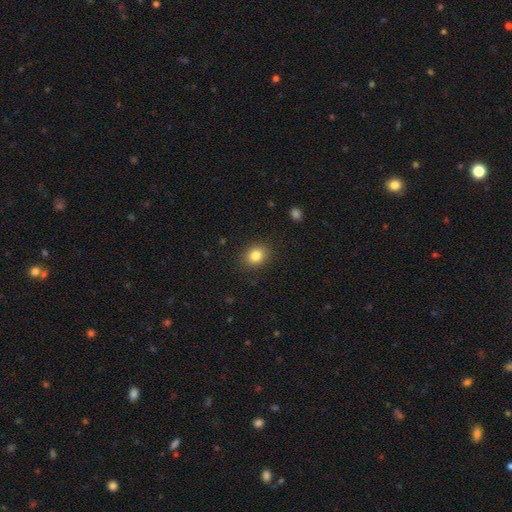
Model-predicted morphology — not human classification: This appears to be a smooth galaxy with no disk features (83%) that is round (52%). Merging: none (88%).